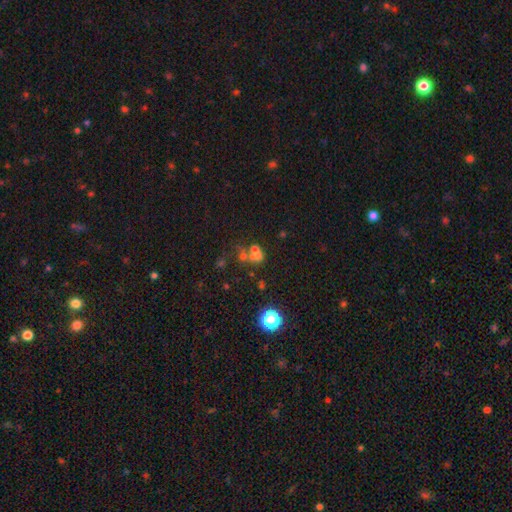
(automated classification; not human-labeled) Overall: smooth (45%; star or artifact 28%). Merging: merger (49%; none 34%).